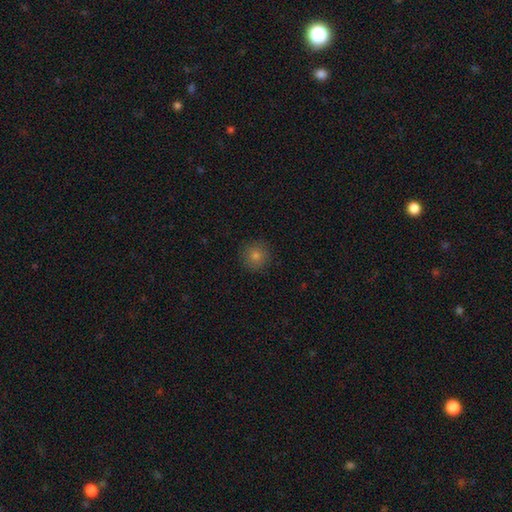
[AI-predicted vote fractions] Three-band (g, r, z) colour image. It shows a smooth galaxy with no disk features (75%) that is round (95%). Merging: none (91%).